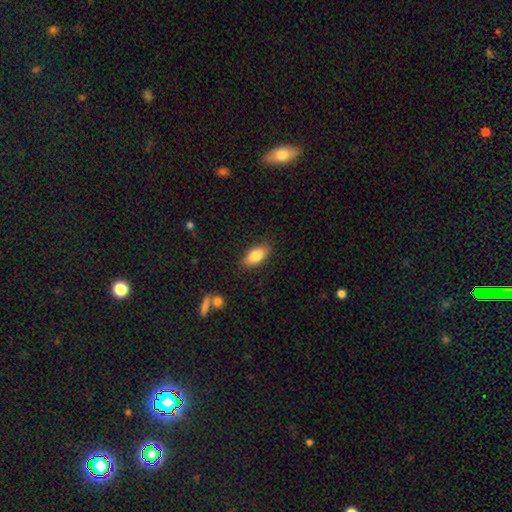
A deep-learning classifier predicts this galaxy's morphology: This is clearly a smooth galaxy (84%). How rounded: clearly in between (89%). Merging: clearly none (86%).